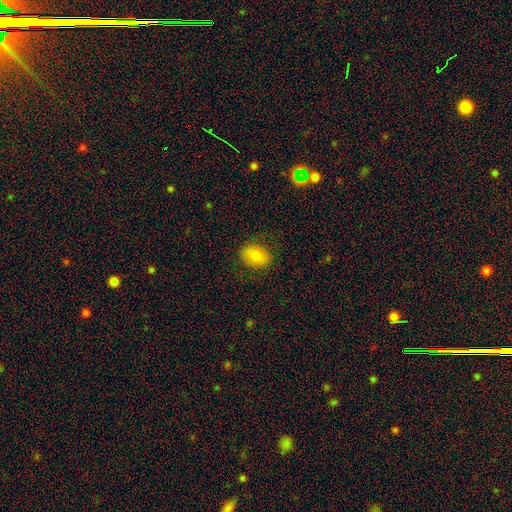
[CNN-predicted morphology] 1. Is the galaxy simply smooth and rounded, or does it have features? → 83% smooth, 9% featured or disk, 9% star or artifact.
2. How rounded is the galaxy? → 62% in between, 37% round, 1% cigar-shaped.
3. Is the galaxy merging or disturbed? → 86% none, 10% minor disturbance, 3% major disturbance, 1% merger.